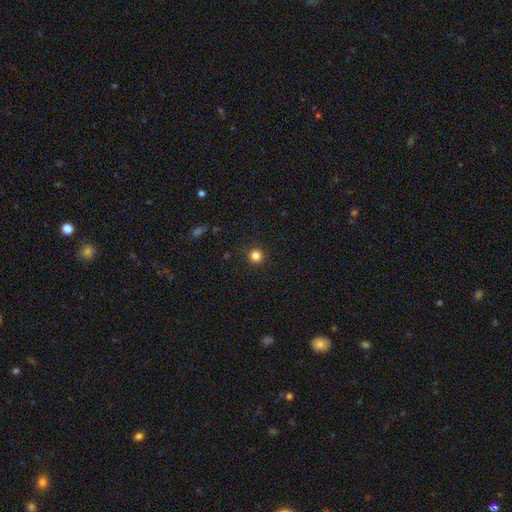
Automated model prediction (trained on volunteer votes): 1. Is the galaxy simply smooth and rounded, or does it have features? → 83% smooth, 13% star or artifact, 4% featured or disk.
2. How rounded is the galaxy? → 95% round, 4% in between, 1% cigar-shaped.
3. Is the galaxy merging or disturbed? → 92% none, 5% minor disturbance, 2% major disturbance, 1% merger.